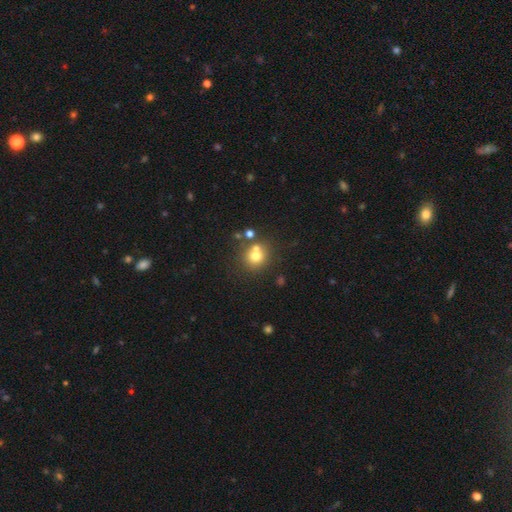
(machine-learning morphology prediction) A smooth galaxy with no disk features (70%) that is round (87%).

Vote fractions:
- Smooth or featured? smooth: 70% / star or artifact: 15% / featured or disk: 15%
- How rounded? round: 87% / in between: 12% / cigar-shaped: 1%
- Merging? none: 60% / merger: 27% / minor disturbance: 9% / major disturbance: 4%